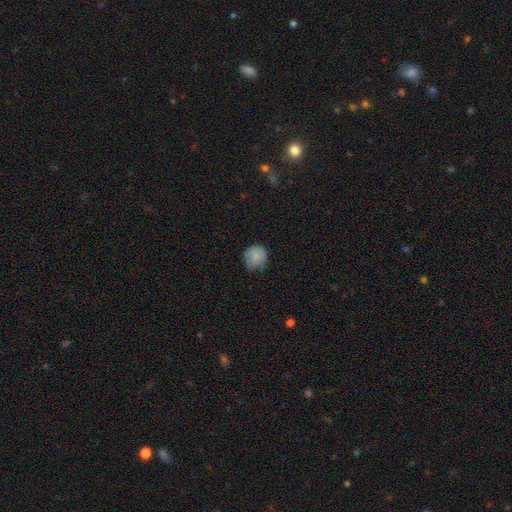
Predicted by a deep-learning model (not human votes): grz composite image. It shows a smooth galaxy with no disk features (80%) that is round (83%). Merging: none (65%).